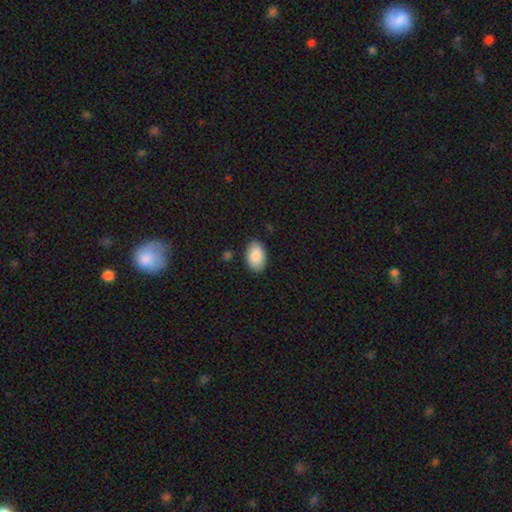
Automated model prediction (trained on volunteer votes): smooth_or_featured: smooth (p=0.89) [alt: star or artifact p=0.06]
how_rounded: in between (p=0.92) [alt: round p=0.06]
merging: none (p=0.86) [alt: minor disturbance p=0.10]